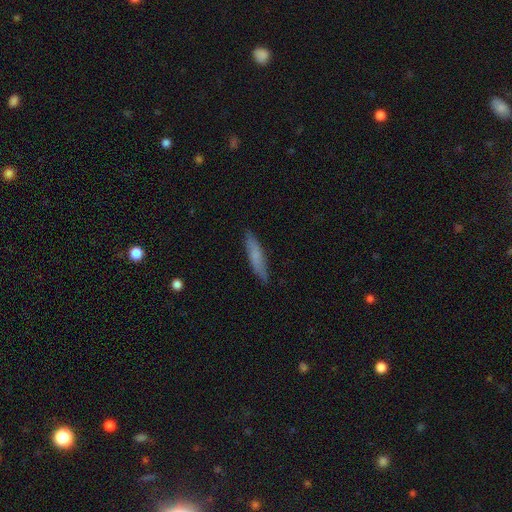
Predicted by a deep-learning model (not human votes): Q: Smooth or featured?
A: smooth (71%); runner-up: featured or disk (23%)
Q: How rounded?
A: cigar-shaped (86%); runner-up: in between (13%)
Q: Merging?
A: none (86%); runner-up: minor disturbance (11%)